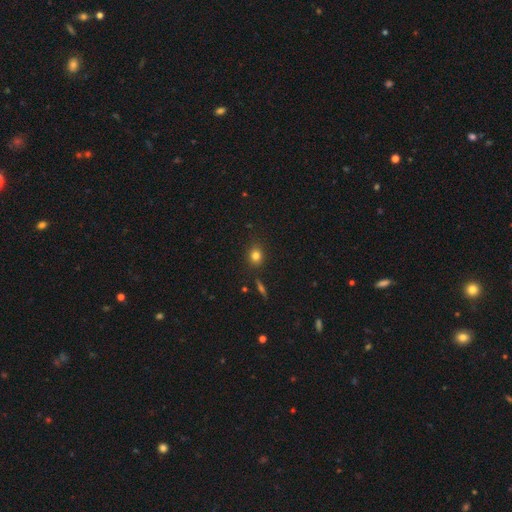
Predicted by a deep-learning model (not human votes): This is clearly a smooth galaxy (80%). How rounded: likely round (64%). Merging: clearly none (85%).